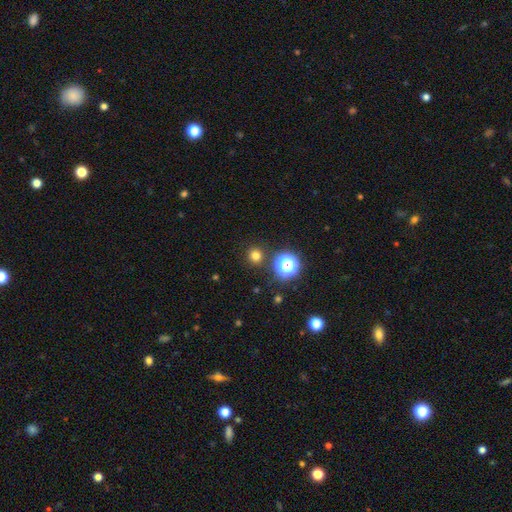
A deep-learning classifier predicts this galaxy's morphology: smooth_or_featured: smooth (p=0.75) [alt: star or artifact p=0.20]
how_rounded: round (p=0.94) [alt: in between p=0.05]
merging: none (p=0.90) [alt: minor disturbance p=0.05]